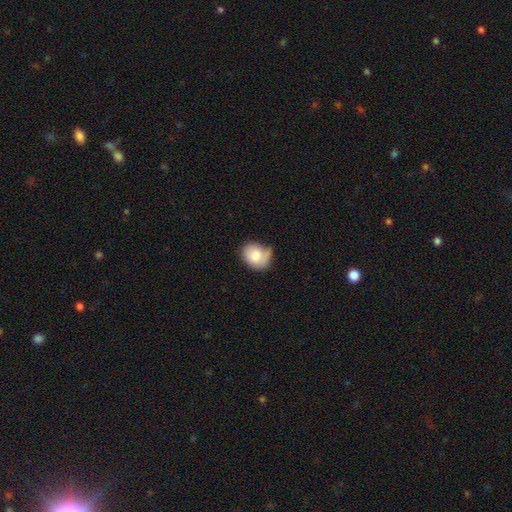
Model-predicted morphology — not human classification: This is likely a smooth galaxy (76%). How rounded: possibly in between (51%). Merging: marginally none (44%).